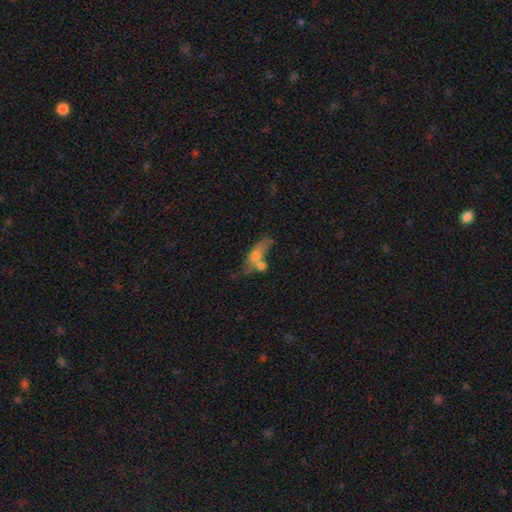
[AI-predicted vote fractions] Overall: smooth (55%; featured or disk 34%). How rounded: in between (58%; cigar-shaped 34%). Merging: none (36%; merger 34%).